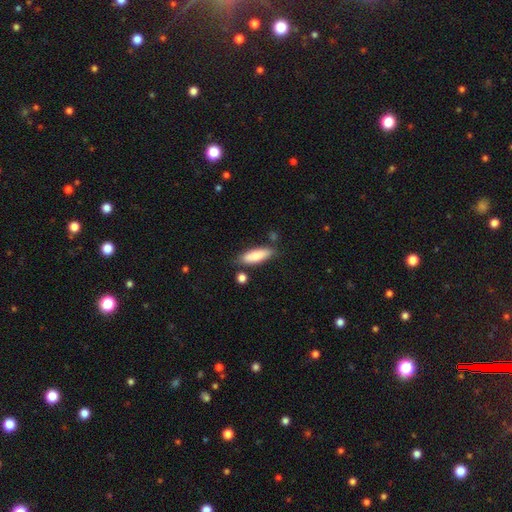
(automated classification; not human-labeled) smooth 82%, featured or disk 12%, star or artifact 6%. Down the decision tree: how rounded — in between (54%); merging — none (78%).